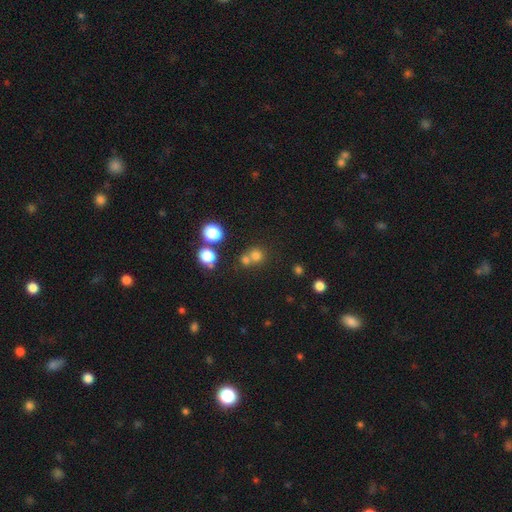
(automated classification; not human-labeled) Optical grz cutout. It shows a smooth galaxy with no disk features (70%) that is round (87%). Merging: none (52%).